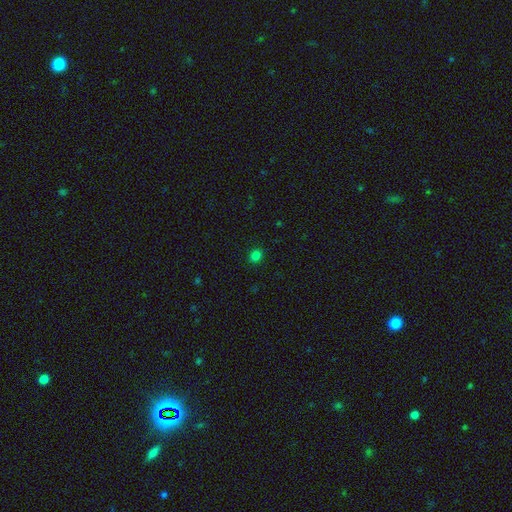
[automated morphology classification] A smooth galaxy with no disk features (80%) that is round (68%).

Vote fractions:
- Smooth or featured? smooth: 80% / star or artifact: 16% / featured or disk: 4%
- How rounded? round: 68% / in between: 31% / cigar-shaped: 1%
- Merging? none: 90% / minor disturbance: 6% / major disturbance: 2% / merger: 1%